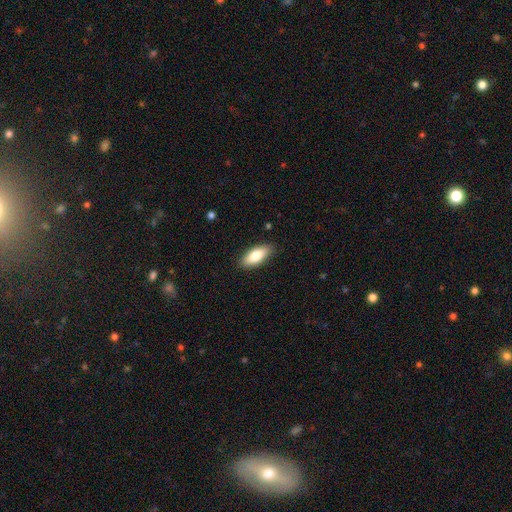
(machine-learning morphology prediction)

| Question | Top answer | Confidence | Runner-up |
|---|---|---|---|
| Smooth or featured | smooth | 79% | featured or disk (15%) |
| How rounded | in between | 81% | cigar-shaped (16%) |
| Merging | none | 87% | minor disturbance (10%) |